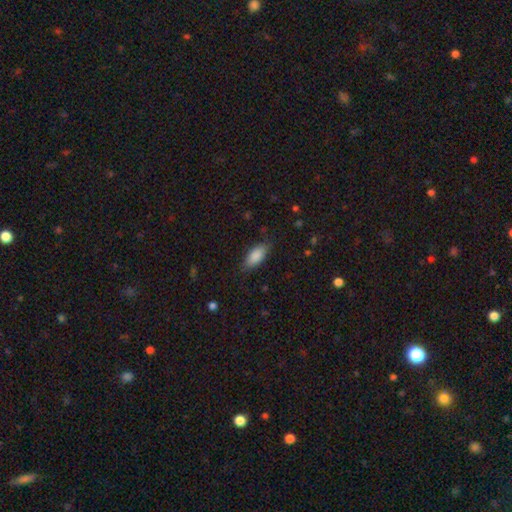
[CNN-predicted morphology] A smooth galaxy with no disk features (87%) that is in between round and cigar-shaped (85%). Merging: none (80%).